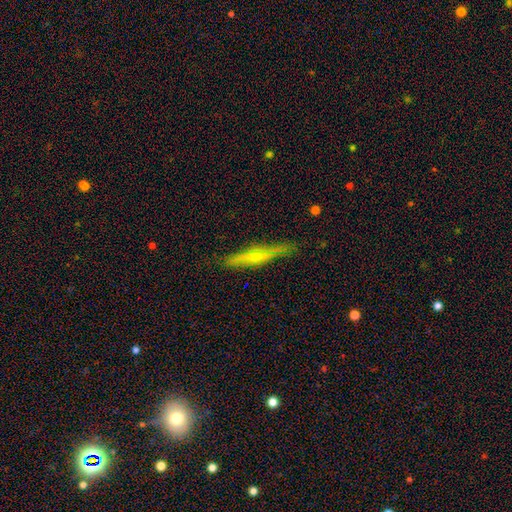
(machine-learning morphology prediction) Q: Smooth or featured?
A: featured or disk (71%); runner-up: smooth (22%)
Q: Edge-on disk?
A: yes (94%); runner-up: no (6%)
Q: Edge-on bulge?
A: rounded (80%); runner-up: none (15%)
Q: Merging?
A: none (84%); runner-up: minor disturbance (12%)